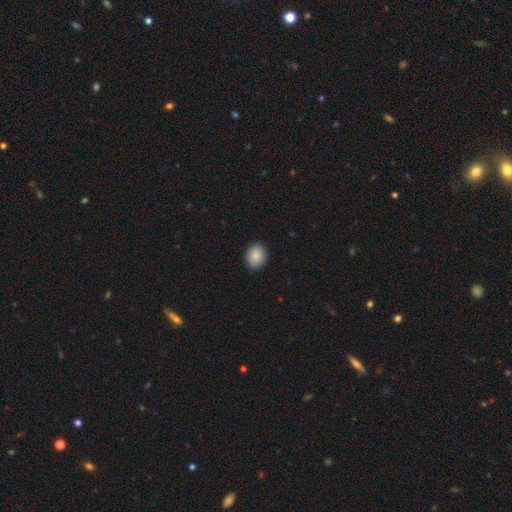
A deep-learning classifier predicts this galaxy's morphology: type=smooth (88%); roundness=in between (57%); merging=none (90%).